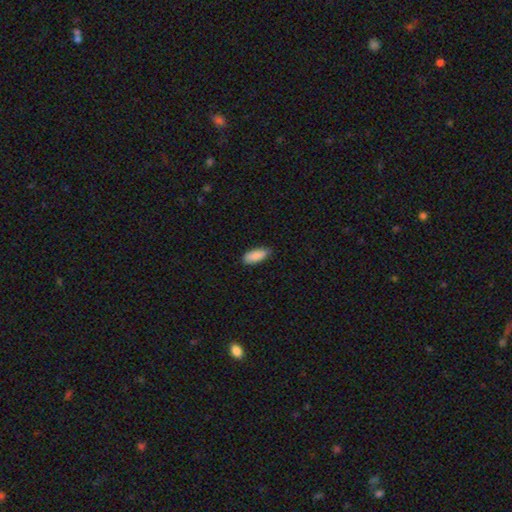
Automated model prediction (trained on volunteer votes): Smooth or featured? Predicted: smooth (p=0.89). How rounded? Predicted: in between (p=0.85). Merging? Predicted: none (p=0.76).